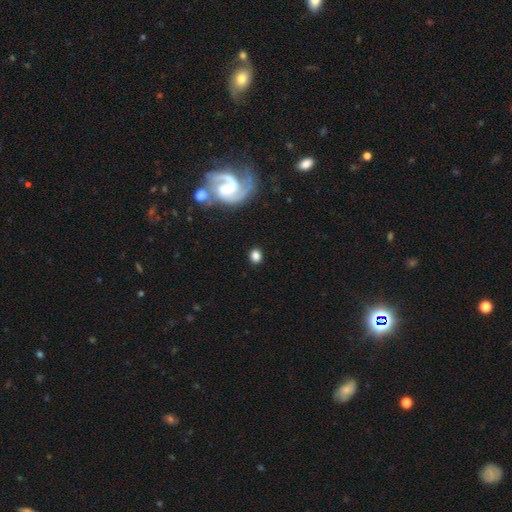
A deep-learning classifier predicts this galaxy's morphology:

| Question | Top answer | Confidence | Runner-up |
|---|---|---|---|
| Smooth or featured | smooth | 74% | featured or disk (15%) |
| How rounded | round | 57% | in between (42%) |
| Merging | none | 84% | minor disturbance (9%) |